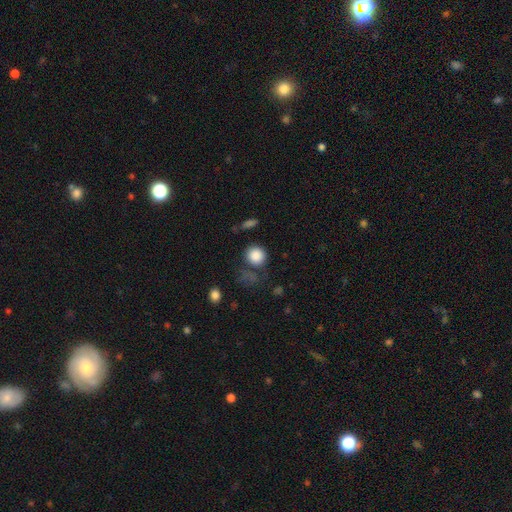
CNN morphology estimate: Smooth or featured? Predicted: smooth (p=0.86). How rounded? Predicted: round (p=0.88). Merging? Predicted: none (p=0.69).